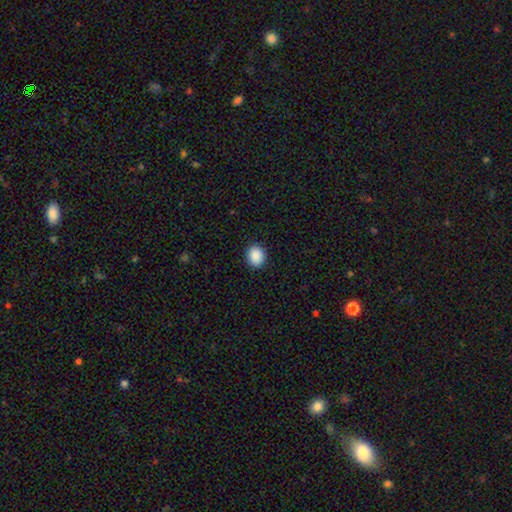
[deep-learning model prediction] This is clearly a smooth galaxy (89%). How rounded: likely round (67%). Merging: clearly none (91%).